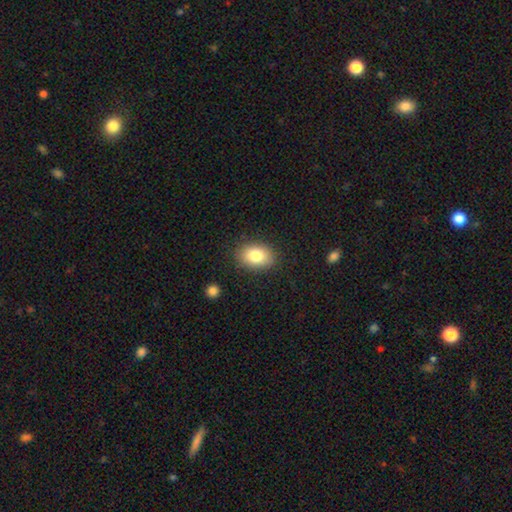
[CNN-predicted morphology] type=smooth (81%); roundness=in between (78%); merging=none (86%).